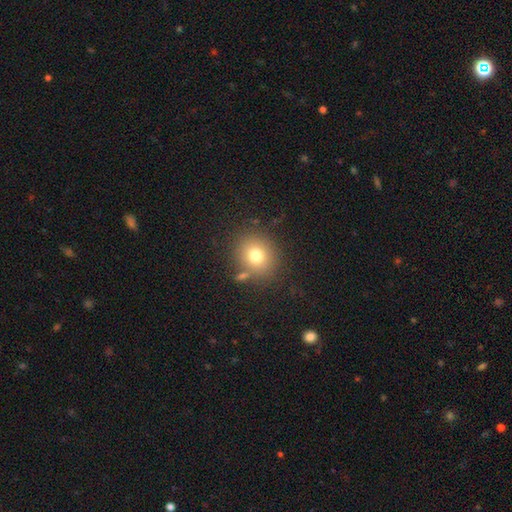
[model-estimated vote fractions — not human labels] smooth_or_featured: smooth (p=0.75) [alt: star or artifact p=0.14]
how_rounded: round (p=0.80) [alt: in between p=0.19]
merging: none (p=0.79) [alt: minor disturbance p=0.10]